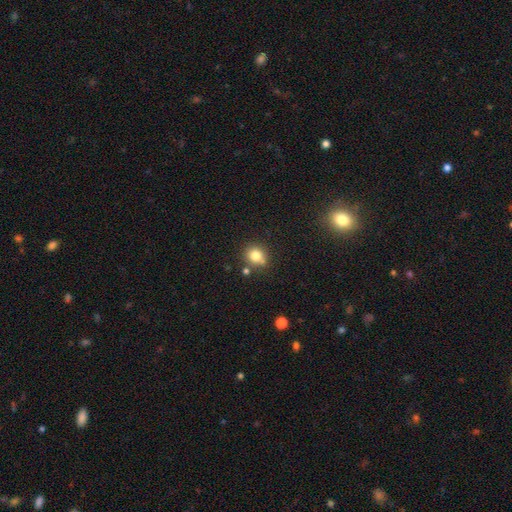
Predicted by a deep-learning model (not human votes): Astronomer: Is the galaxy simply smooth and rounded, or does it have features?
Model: smooth — 79%.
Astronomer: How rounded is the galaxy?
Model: round — 79%.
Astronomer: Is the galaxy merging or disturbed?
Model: none — 69%.